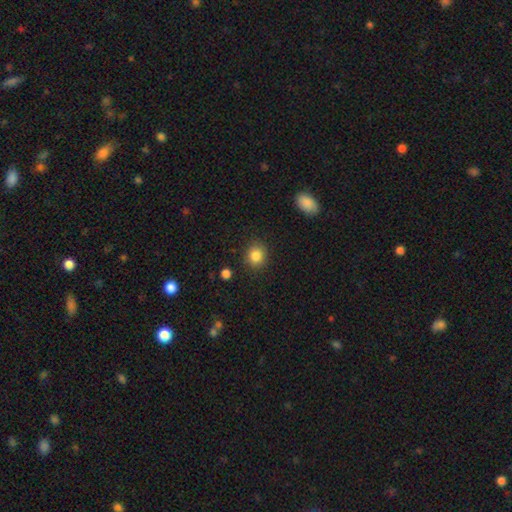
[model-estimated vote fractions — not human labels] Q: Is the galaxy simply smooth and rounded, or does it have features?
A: smooth — 85%.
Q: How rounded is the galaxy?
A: round — 77%.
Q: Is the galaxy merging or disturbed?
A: none — 87%.